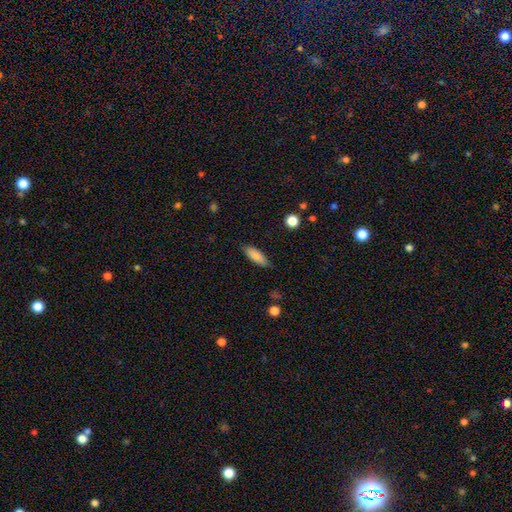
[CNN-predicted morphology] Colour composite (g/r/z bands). It shows a smooth galaxy with no disk features (85%) that is in between round and cigar-shaped (61%). Merging: none (83%).